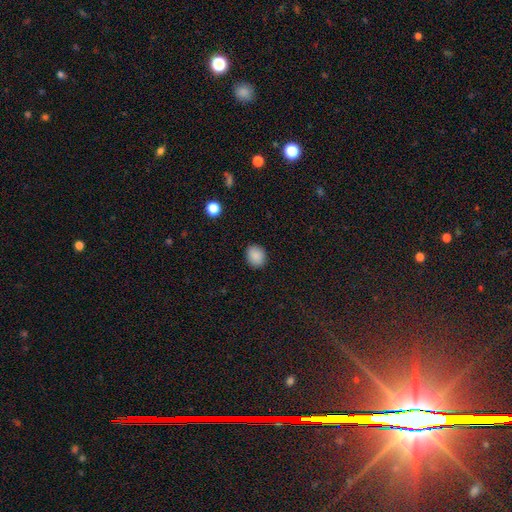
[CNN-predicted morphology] Q: Smooth or featured?
A: smooth (89%); runner-up: star or artifact (8%)
Q: How rounded?
A: round (59%); runner-up: in between (40%)
Q: Merging?
A: none (89%); runner-up: minor disturbance (7%)